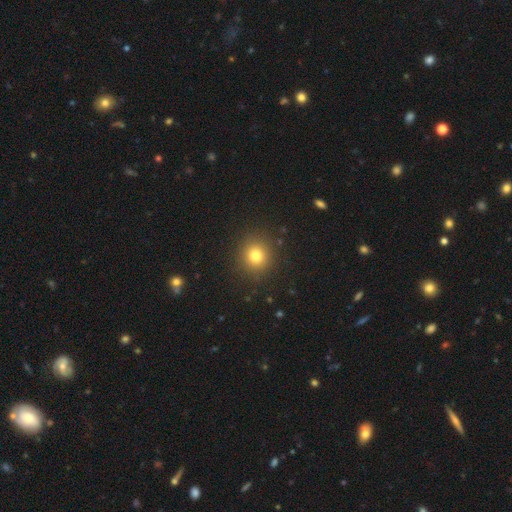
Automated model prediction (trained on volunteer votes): Smooth or featured? Predicted: smooth (p=0.79). How rounded? Predicted: round (p=0.87). Merging? Predicted: none (p=0.89).